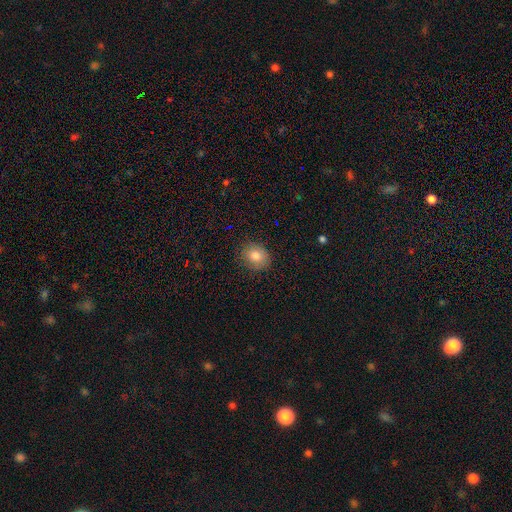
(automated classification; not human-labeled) Smooth or featured: smooth — 80% (star or artifact — 10%)
How rounded: round — 61% (in between — 38%)
Merging: none — 84% (minor disturbance — 12%)